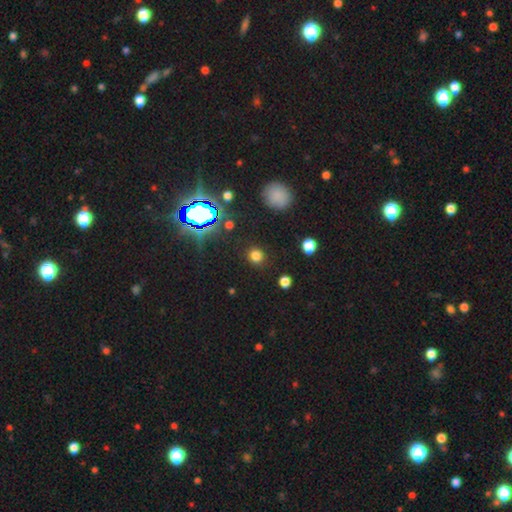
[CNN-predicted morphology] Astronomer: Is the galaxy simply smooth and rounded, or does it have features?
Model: smooth — 73%.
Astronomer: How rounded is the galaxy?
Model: round — 86%.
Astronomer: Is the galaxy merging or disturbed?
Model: none — 88%.